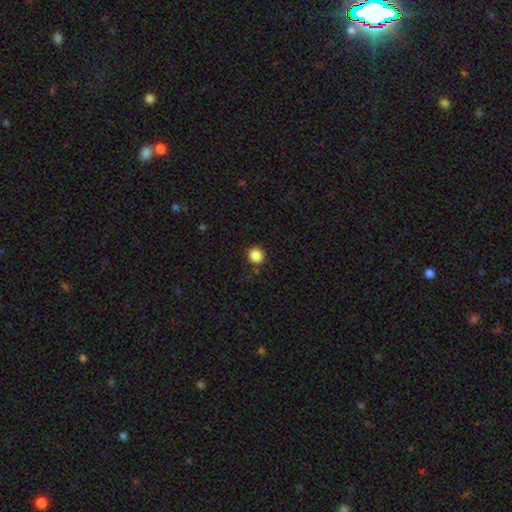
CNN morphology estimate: type=smooth (86%); roundness=round (91%); merging=none (87%).